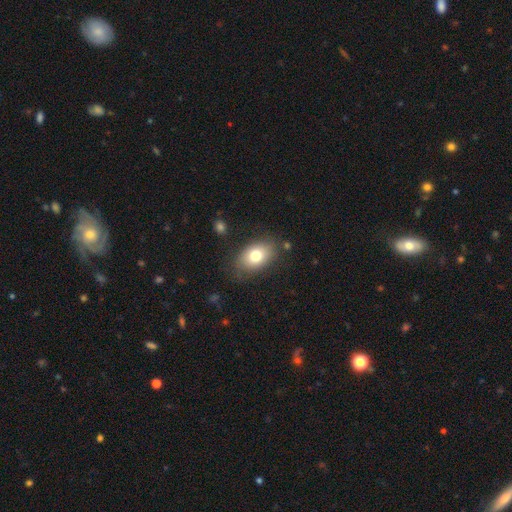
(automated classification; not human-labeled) Morphology: type=smooth (77%); roundness=in between (85%); merging=none (79%).